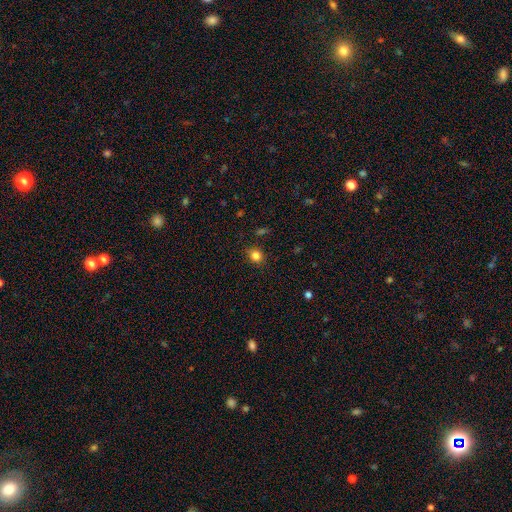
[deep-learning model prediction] Morphology: type=smooth (82%); roundness=round (75%); merging=none (86%).